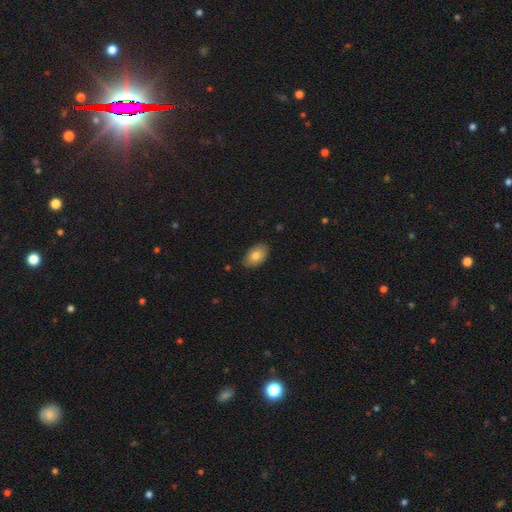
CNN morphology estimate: Smooth or featured? Predicted: smooth (p=0.80). How rounded? Predicted: in between (p=0.92). Merging? Predicted: none (p=0.85).